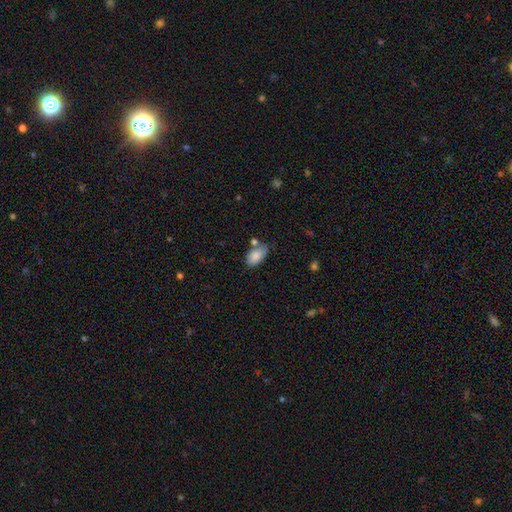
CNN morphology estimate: type=smooth (83%); roundness=in between (93%); merging=none (57%).